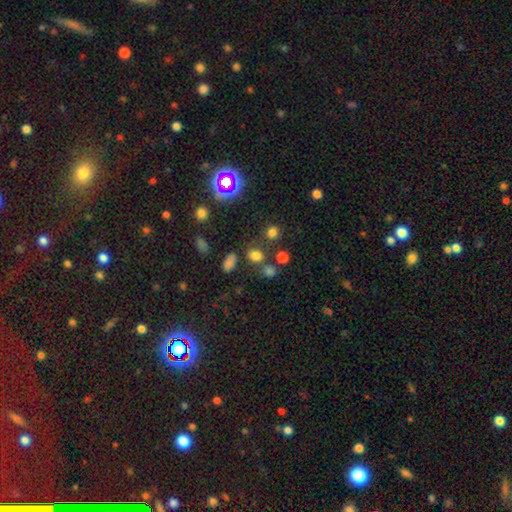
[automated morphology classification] This is likely a smooth galaxy (72%). How rounded: likely round (61%). Merging: likely none (72%).